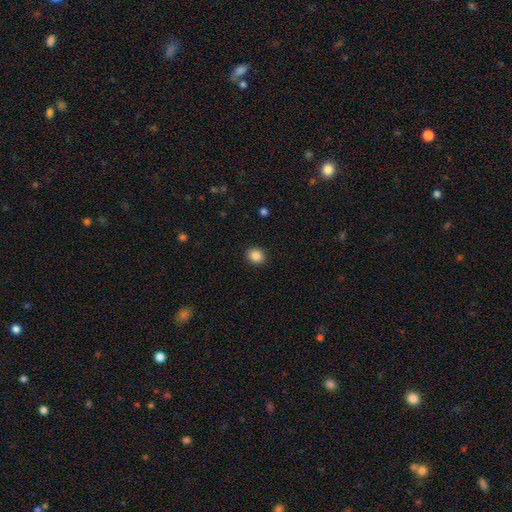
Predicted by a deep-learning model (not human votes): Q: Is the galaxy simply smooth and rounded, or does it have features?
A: smooth — 87%.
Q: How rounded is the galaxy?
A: round — 62%.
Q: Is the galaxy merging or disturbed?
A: none — 91%.